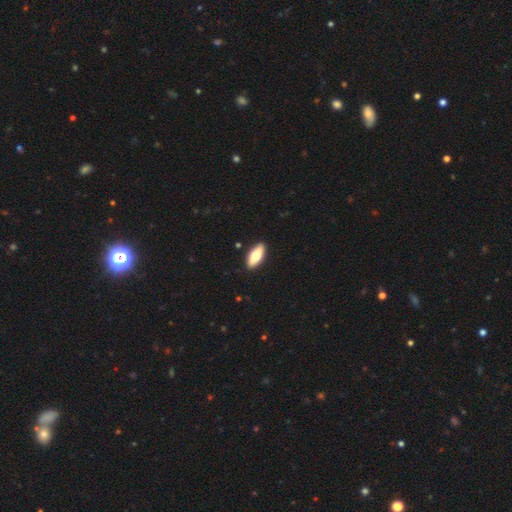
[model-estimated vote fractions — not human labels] The model was most divided on "smooth or featured": smooth: 70%, featured or disk: 25%, star or artifact: 5%. More confident: merging — none (90%); how rounded — in between (76%).